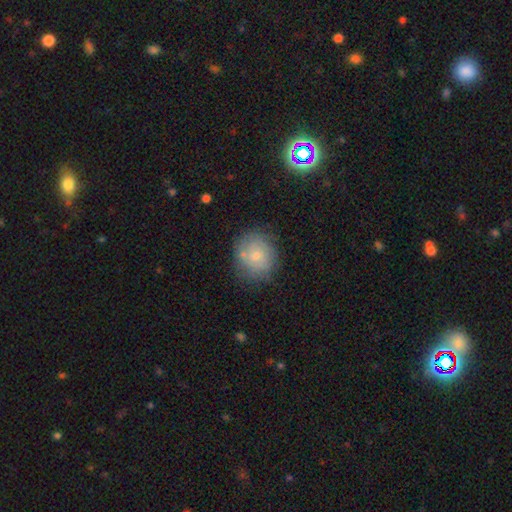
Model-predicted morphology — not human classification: A smooth galaxy with no disk features (67%) that is round (80%).

Vote fractions:
- Smooth or featured? smooth: 67% / featured or disk: 25% / star or artifact: 9%
- How rounded? round: 80% / in between: 19% / cigar-shaped: 1%
- Merging? none: 69% / minor disturbance: 19% / merger: 6% / major disturbance: 6%